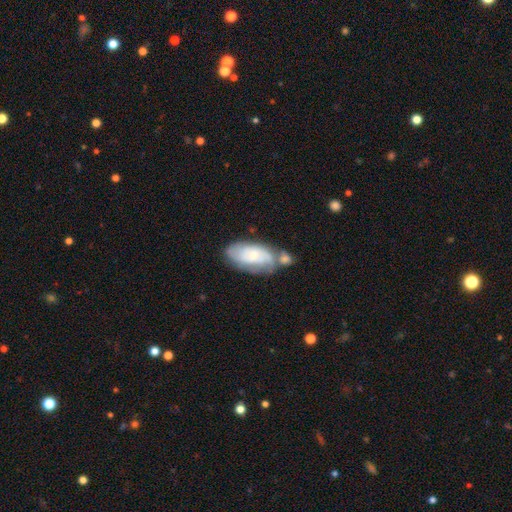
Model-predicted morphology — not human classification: smooth_or_featured: featured or disk (p=0.49) [alt: smooth p=0.43]
merging: none (p=0.51) [alt: merger p=0.22]